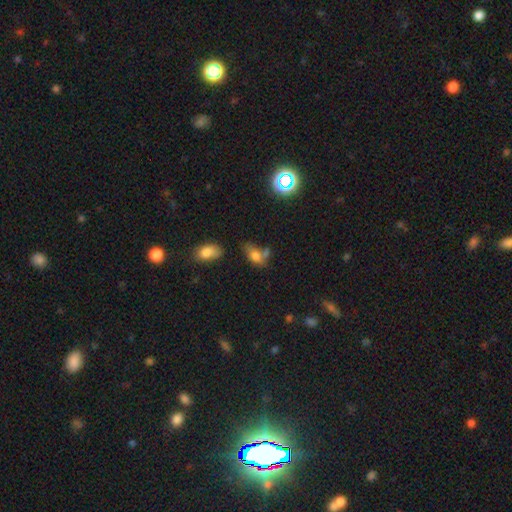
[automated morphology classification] This is likely a smooth galaxy (72%). How rounded: clearly in between (85%). Merging: marginally none (38%).